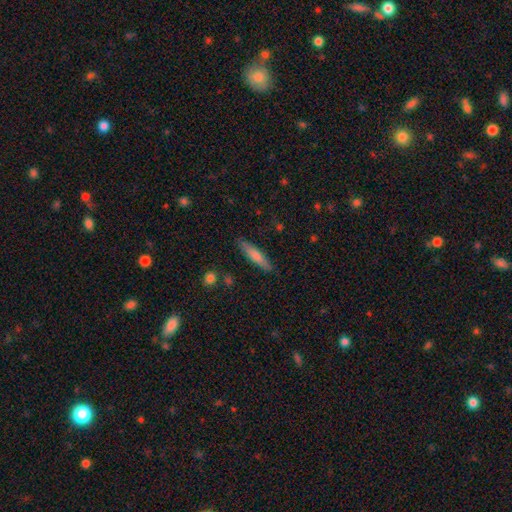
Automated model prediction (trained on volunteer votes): Morphology: type=smooth (73%); roundness=cigar-shaped (85%); merging=none (86%).